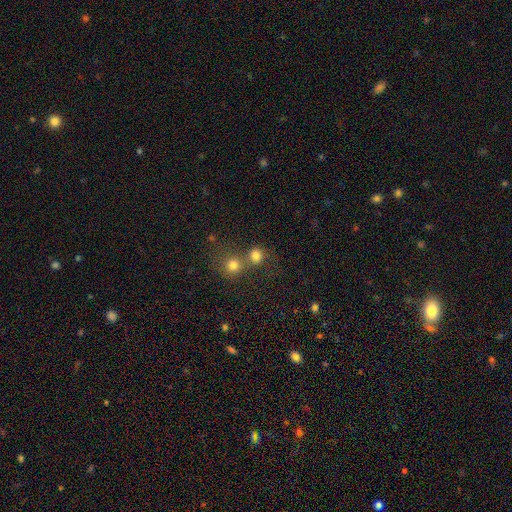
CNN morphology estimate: A smooth galaxy with no disk features (78%) that is round (80%). Merging: none (45%).